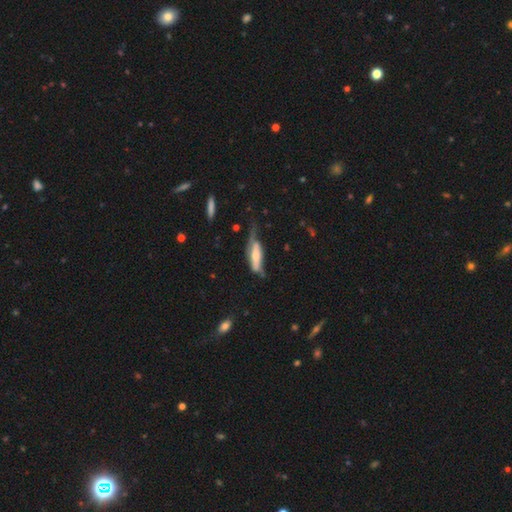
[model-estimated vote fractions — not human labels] Q: Smooth or featured?
A: smooth (48%); runner-up: featured or disk (45%)
Q: Merging?
A: major disturbance (37%); runner-up: minor disturbance (31%)